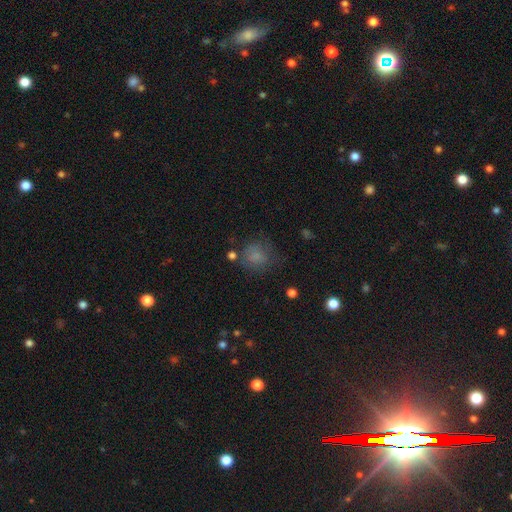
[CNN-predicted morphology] smooth 74%, star or artifact 14%, featured or disk 12%. Down the decision tree: how rounded — round (74%); merging — none (59%).